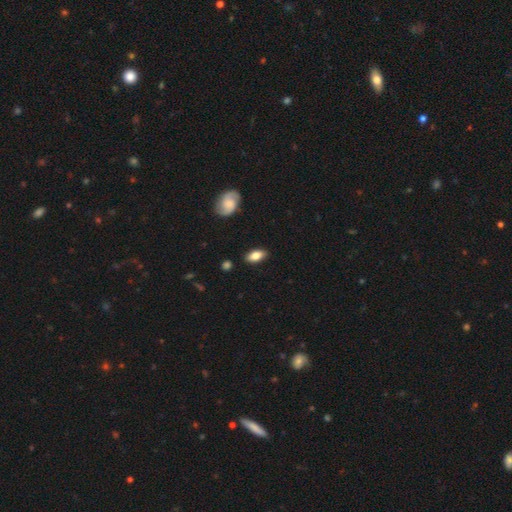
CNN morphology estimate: type=smooth (79%); roundness=in between (89%); merging=none (85%).